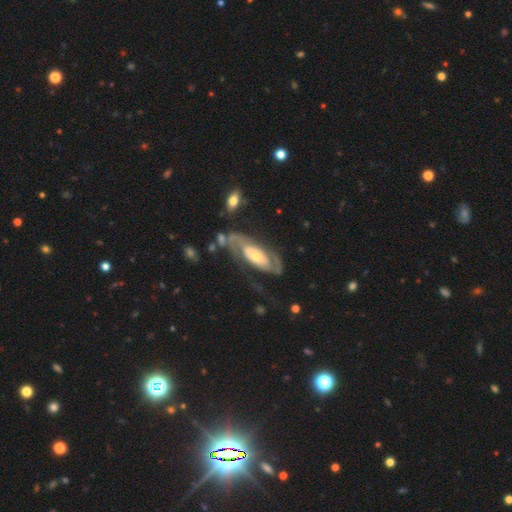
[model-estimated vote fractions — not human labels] This is likely a featured or disk galaxy (80%). It is clearly not viewed edge-on (90%). Bar: likely no (67%). Spiral arm pattern: clearly yes (84%). Spiral arm count: likely 2 (63%). Spiral winding: possibly tight (47%). Central bulge: possibly moderate (46%). Merging: possibly none (53%).